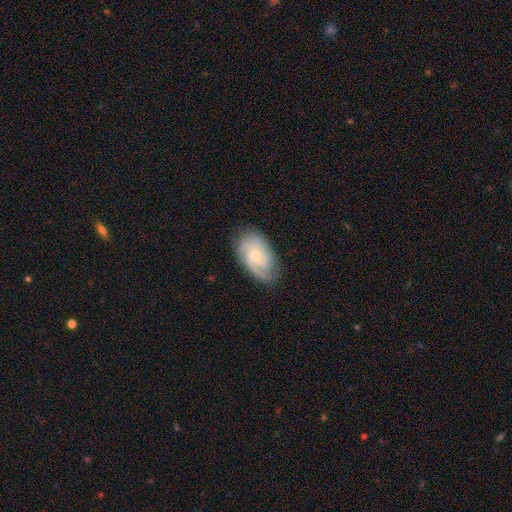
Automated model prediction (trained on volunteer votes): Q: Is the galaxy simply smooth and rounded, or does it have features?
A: featured or disk — 81%.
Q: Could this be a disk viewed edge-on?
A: no — 96%.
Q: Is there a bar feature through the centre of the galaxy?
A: no — 72%.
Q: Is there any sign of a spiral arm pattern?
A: yes — 96%.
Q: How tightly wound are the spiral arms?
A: tight — 56%.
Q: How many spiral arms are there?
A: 3 — 37%.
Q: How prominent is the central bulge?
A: small — 66%.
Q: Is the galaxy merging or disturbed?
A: none — 78%.